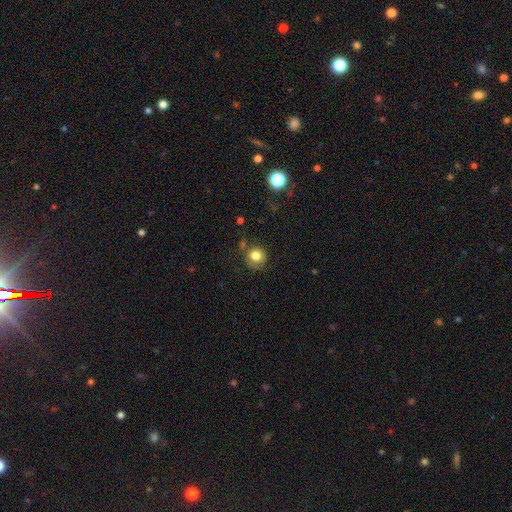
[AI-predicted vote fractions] smooth-or-featured: smooth: 82% | star or artifact: 11% | featured or disk: 7%
  how-rounded: round: 90% | in between: 9% | cigar-shaped: 1%
  merging: none: 73% | minor disturbance: 16% | merger: 6% | major disturbance: 5%